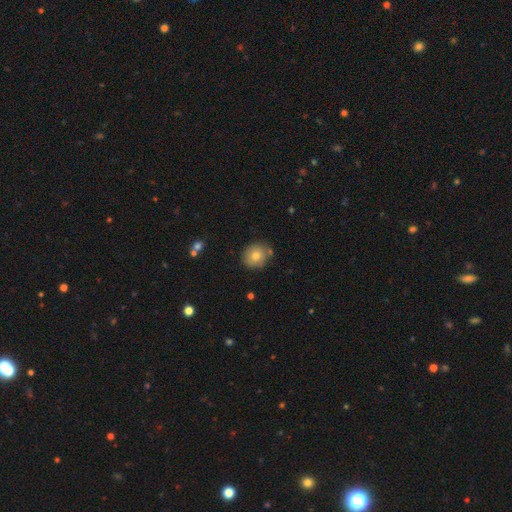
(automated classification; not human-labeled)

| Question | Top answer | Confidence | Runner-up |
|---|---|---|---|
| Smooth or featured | smooth | 77% | featured or disk (12%) |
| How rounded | round | 86% | in between (13%) |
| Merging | none | 79% | minor disturbance (12%) |